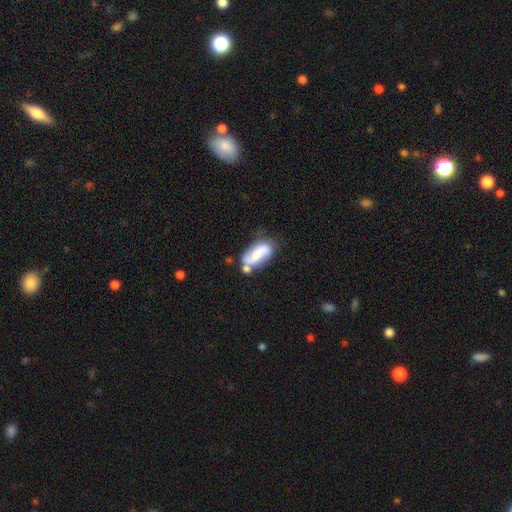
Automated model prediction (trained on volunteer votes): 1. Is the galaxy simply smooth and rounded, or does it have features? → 51% featured or disk, 41% smooth, 8% star or artifact.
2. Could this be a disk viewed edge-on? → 92% no, 8% yes.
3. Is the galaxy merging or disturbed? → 42% none, 24% merger, 23% minor disturbance, 10% major disturbance.